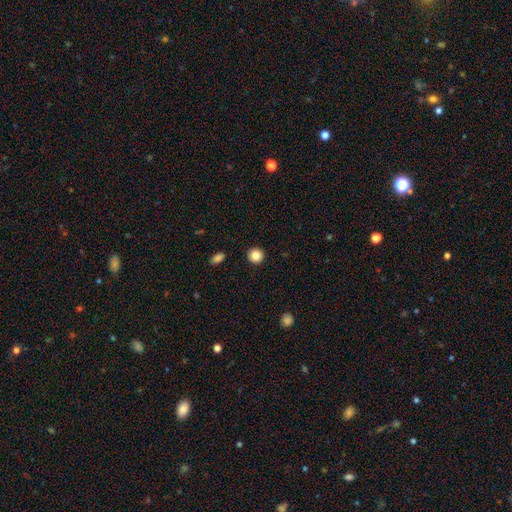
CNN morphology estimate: Q: Smooth or featured?
A: smooth (85%); runner-up: star or artifact (10%)
Q: How rounded?
A: round (94%); runner-up: in between (5%)
Q: Merging?
A: none (93%); runner-up: minor disturbance (4%)